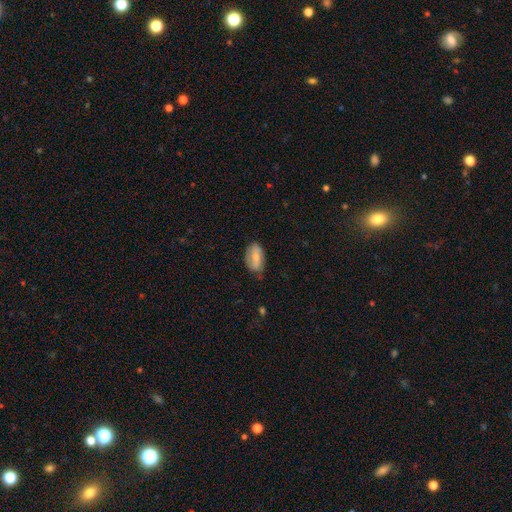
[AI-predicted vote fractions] smooth-or-featured: smooth: 56% | featured or disk: 38% | star or artifact: 7%
  how-rounded: in between: 91% | round: 5% | cigar-shaped: 3%
  merging: none: 70% | minor disturbance: 24% | major disturbance: 5% | merger: 2%